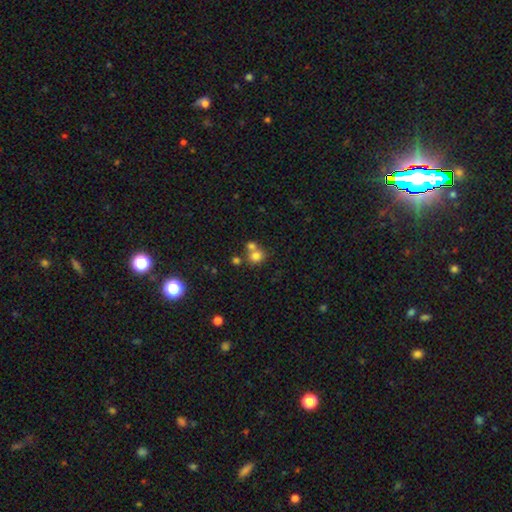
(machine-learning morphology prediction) This is likely a smooth galaxy (75%). How rounded: likely round (79%). Merging: marginally merger (45%, tied with none).